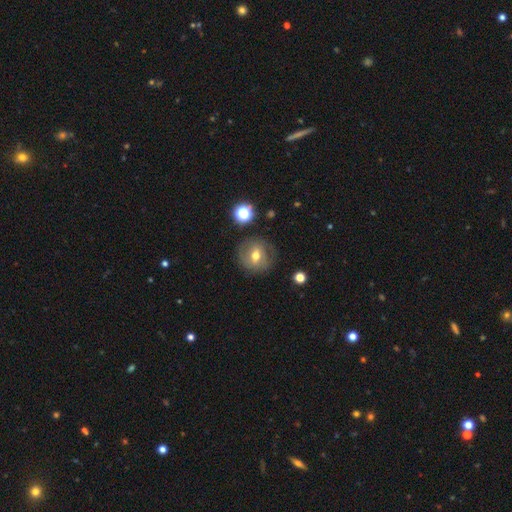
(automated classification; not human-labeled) A smooth galaxy with no disk features (47%).

Vote fractions:
- Smooth or featured? smooth: 47% / featured or disk: 41% / star or artifact: 12%
- Merging? none: 77% / minor disturbance: 15% / major disturbance: 6% / merger: 2%